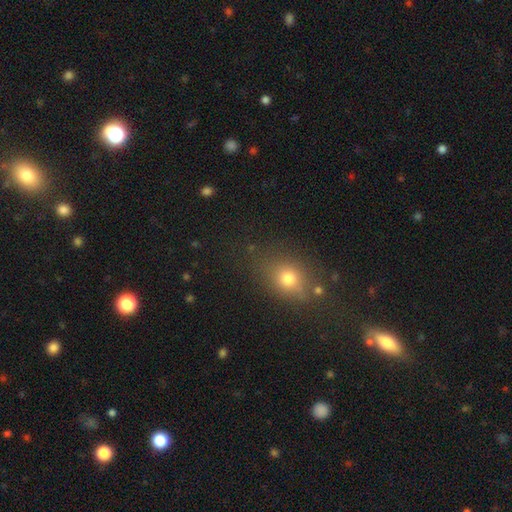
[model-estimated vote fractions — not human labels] smooth_or_featured: smooth (p=0.60) [alt: star or artifact p=0.29]
how_rounded: round (p=0.55) [alt: in between p=0.42]
merging: none (p=0.78) [alt: minor disturbance p=0.12]